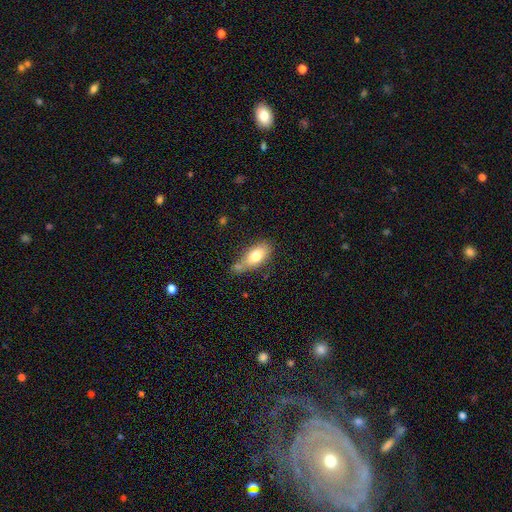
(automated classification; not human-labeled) Q: Smooth or featured?
A: smooth (75%); runner-up: featured or disk (17%)
Q: How rounded?
A: in between (84%); runner-up: cigar-shaped (12%)
Q: Merging?
A: none (50%); runner-up: minor disturbance (24%)